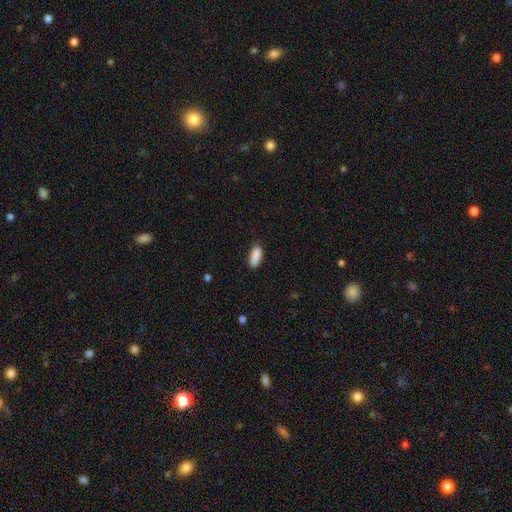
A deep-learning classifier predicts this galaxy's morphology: A smooth galaxy with no disk features (89%) that is in between round and cigar-shaped (81%).

Vote fractions:
- Smooth or featured? smooth: 89% / star or artifact: 7% / featured or disk: 4%
- How rounded? in between: 81% / cigar-shaped: 17% / round: 2%
- Merging? none: 82% / minor disturbance: 14% / major disturbance: 3% / merger: 1%